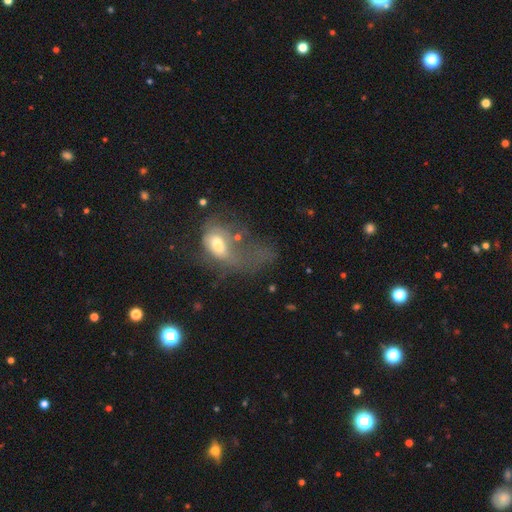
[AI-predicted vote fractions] The model was most divided on "smooth or featured": smooth: 49%, featured or disk: 34%, star or artifact: 17%. More confident: merging — major disturbance (60%).